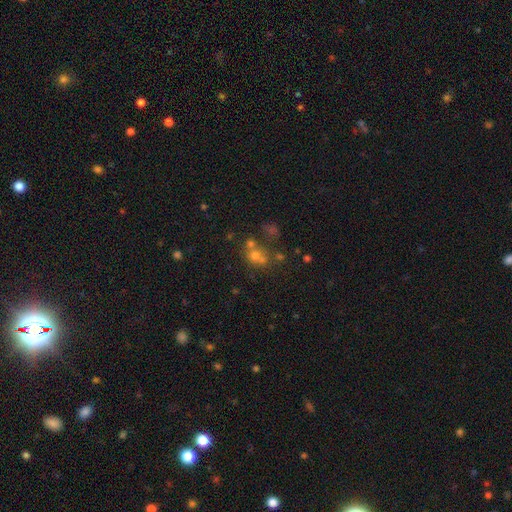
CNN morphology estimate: type=smooth (54%); roundness=round (72%); merging=merger (45%).